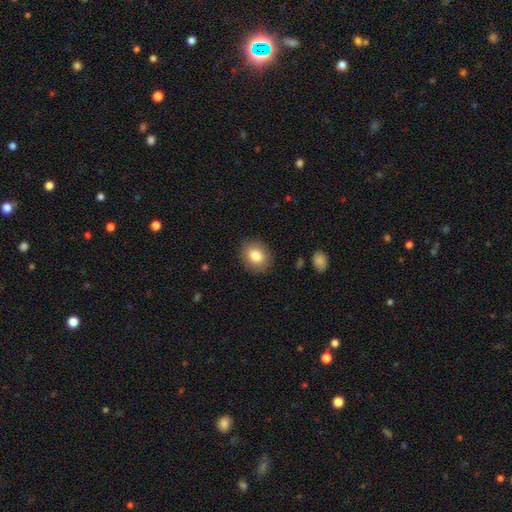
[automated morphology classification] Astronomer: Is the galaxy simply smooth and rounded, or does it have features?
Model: smooth — 82%.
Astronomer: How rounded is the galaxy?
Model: round — 60% (runner-up: in between, 39%).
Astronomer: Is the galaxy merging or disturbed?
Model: none — 88%.